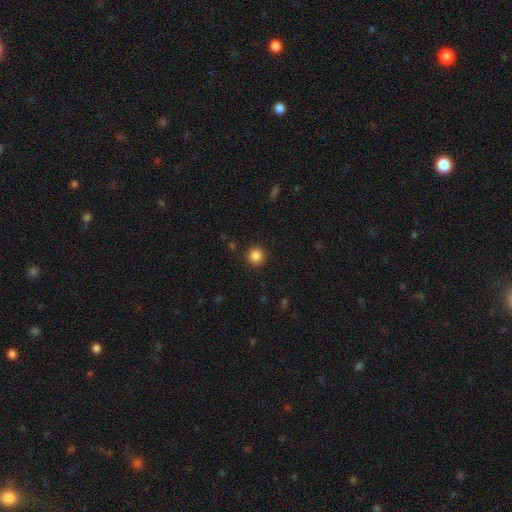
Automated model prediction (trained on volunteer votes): Smooth or featured? smooth (86%)
How rounded? round (95%)
Merging? none (92%)